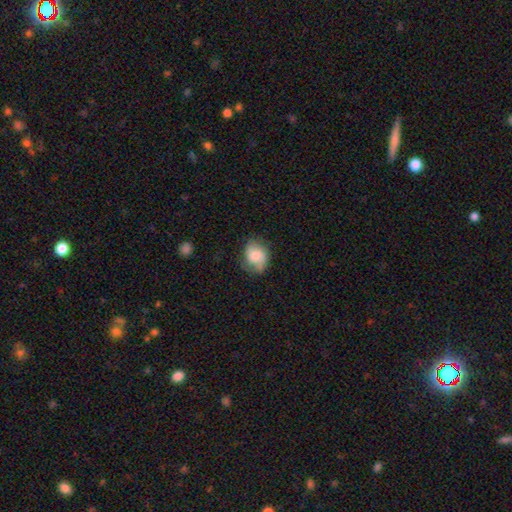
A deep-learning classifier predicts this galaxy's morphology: Smooth or featured? Predicted: smooth (p=0.60). How rounded? Predicted: in between (p=0.51). Merging? Predicted: none (p=0.62).